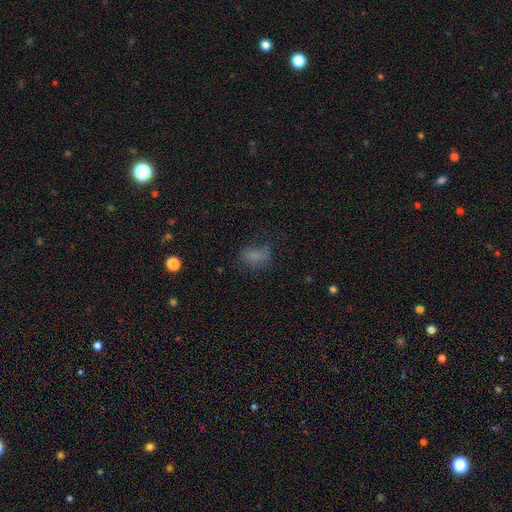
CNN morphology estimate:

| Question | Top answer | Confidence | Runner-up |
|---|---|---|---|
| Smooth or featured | smooth | 69% | star or artifact (17%) |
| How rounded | in between | 83% | round (14%) |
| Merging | none | 46% | minor disturbance (26%) |